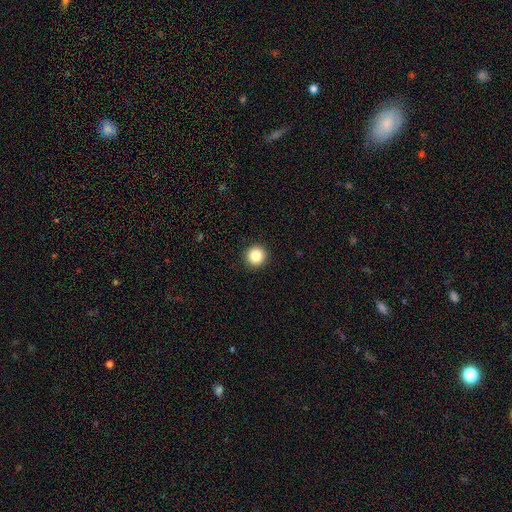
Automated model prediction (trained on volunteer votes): A smooth galaxy with no disk features (86%) that is round (96%). Merging: none (93%).